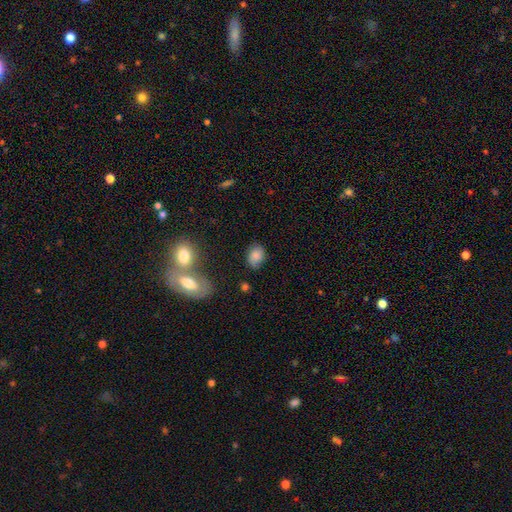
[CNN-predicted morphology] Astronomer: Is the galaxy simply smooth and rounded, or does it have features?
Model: smooth — 78%.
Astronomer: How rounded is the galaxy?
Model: in between — 76%.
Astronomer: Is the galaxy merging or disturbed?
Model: none — 67%.